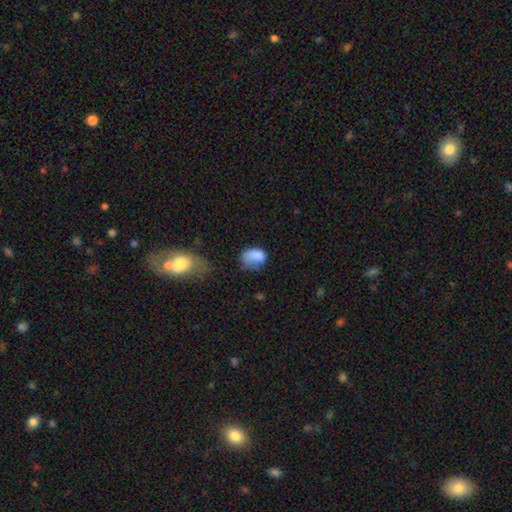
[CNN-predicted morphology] Q: Smooth or featured?
A: smooth (77%); runner-up: featured or disk (14%)
Q: How rounded?
A: in between (71%); runner-up: round (27%)
Q: Merging?
A: major disturbance (36%); runner-up: minor disturbance (30%)